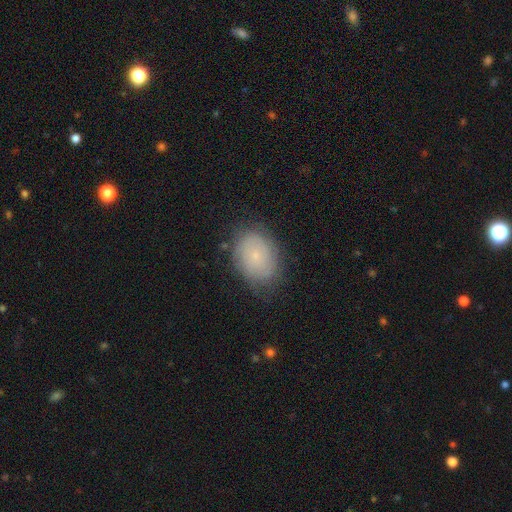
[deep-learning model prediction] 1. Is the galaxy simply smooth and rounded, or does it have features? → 58% smooth, 33% featured or disk, 9% star or artifact.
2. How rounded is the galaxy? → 75% in between, 24% round, 1% cigar-shaped.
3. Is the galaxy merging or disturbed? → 73% none, 20% minor disturbance, 6% major disturbance, 1% merger.